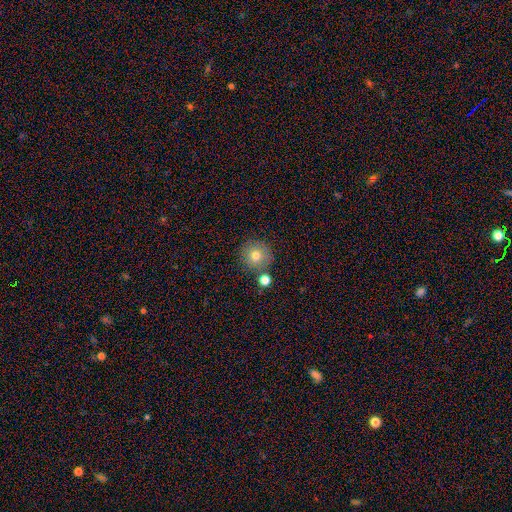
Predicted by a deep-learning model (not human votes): Smooth or featured: smooth — 77% (star or artifact — 12%)
How rounded: round — 94% (in between — 5%)
Merging: none — 77% (merger — 11%)